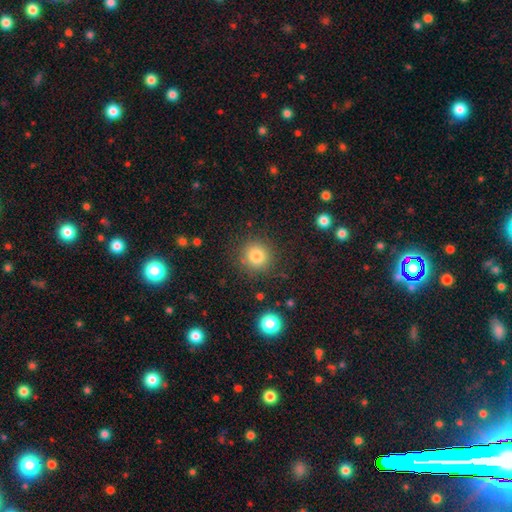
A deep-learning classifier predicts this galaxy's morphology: A smooth galaxy with no disk features (82%) that is round (93%).

Vote fractions:
- Smooth or featured? smooth: 82% / star or artifact: 12% / featured or disk: 6%
- How rounded? round: 93% / in between: 6% / cigar-shaped: 1%
- Merging? none: 86% / minor disturbance: 8% / major disturbance: 4% / merger: 2%